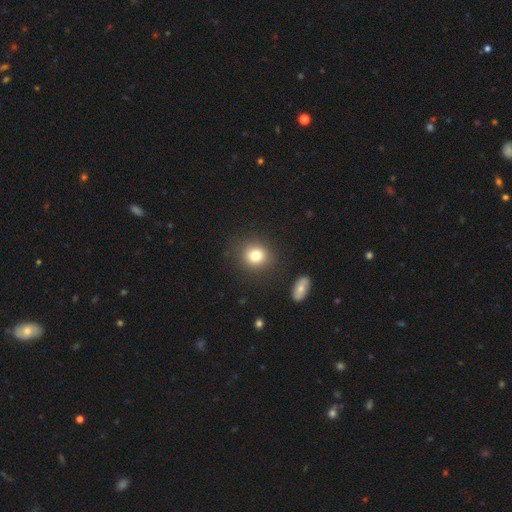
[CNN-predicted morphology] This is likely a smooth galaxy (79%). How rounded: clearly round (81%). Merging: clearly none (85%).